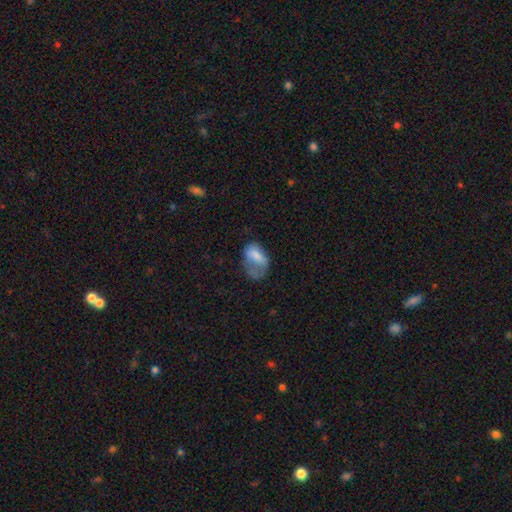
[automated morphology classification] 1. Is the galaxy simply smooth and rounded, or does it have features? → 68% smooth, 22% featured or disk, 10% star or artifact.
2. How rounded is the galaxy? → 85% in between, 13% round, 2% cigar-shaped.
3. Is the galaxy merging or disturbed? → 43% major disturbance, 28% minor disturbance, 24% none, 5% merger.